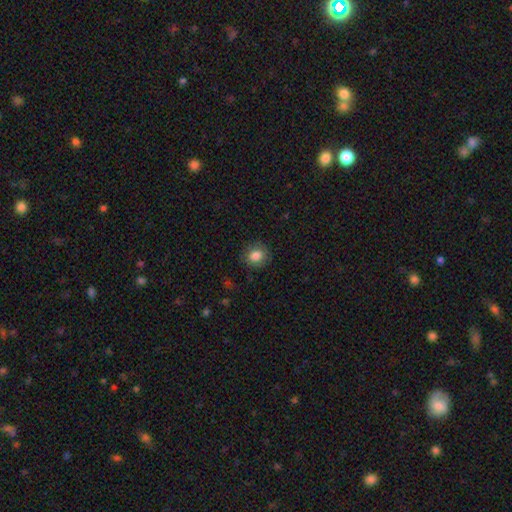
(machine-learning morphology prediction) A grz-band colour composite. It shows a smooth galaxy with no disk features (83%) that is round (73%). Merging: none (85%).